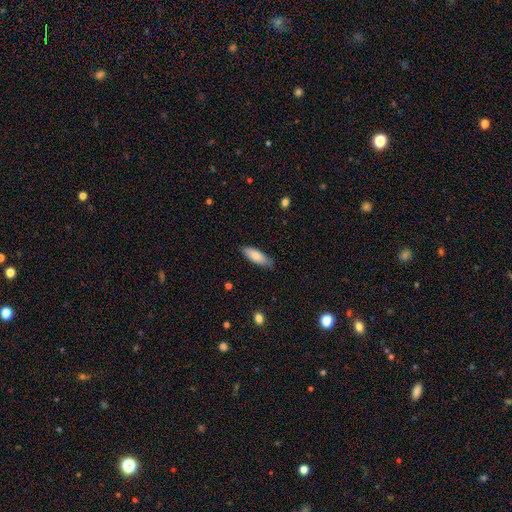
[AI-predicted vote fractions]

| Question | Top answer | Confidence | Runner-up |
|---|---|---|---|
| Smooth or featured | smooth | 83% | featured or disk (11%) |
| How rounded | in between | 60% | cigar-shaped (38%) |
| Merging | none | 84% | minor disturbance (13%) |